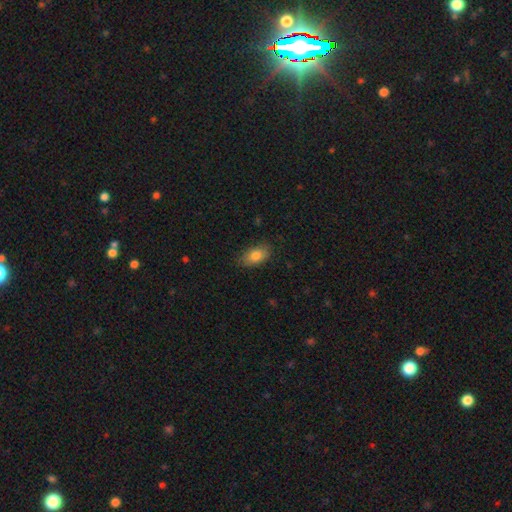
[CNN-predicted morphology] A smooth galaxy with no disk features (81%) that is in between round and cigar-shaped (90%).

Vote fractions:
- Smooth or featured? smooth: 81% / featured or disk: 11% / star or artifact: 8%
- How rounded? in between: 90% / round: 8% / cigar-shaped: 3%
- Merging? none: 82% / minor disturbance: 15% / major disturbance: 3% / merger: 1%